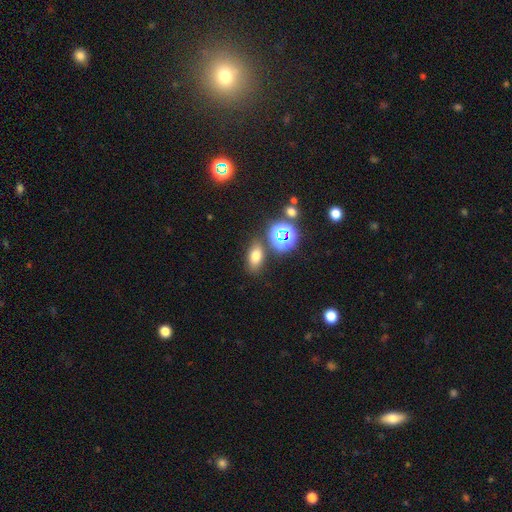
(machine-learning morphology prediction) Smooth or featured: smooth — 67% (star or artifact — 23%)
How rounded: in between — 76% (round — 18%)
Merging: none — 79% (minor disturbance — 10%)